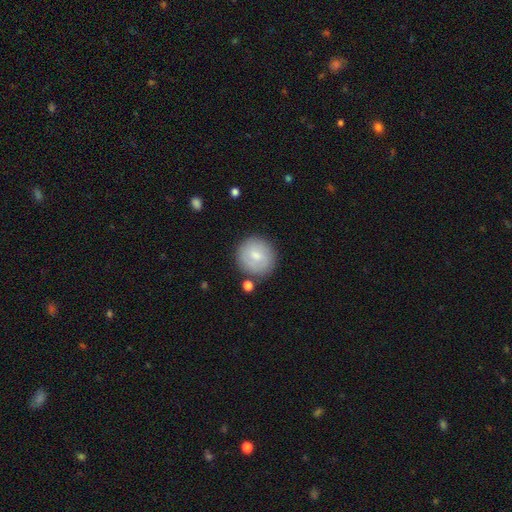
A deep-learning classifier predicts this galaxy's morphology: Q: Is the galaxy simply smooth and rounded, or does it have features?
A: smooth — 69%.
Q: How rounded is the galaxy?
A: round — 90%.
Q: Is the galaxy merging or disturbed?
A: none — 79%.